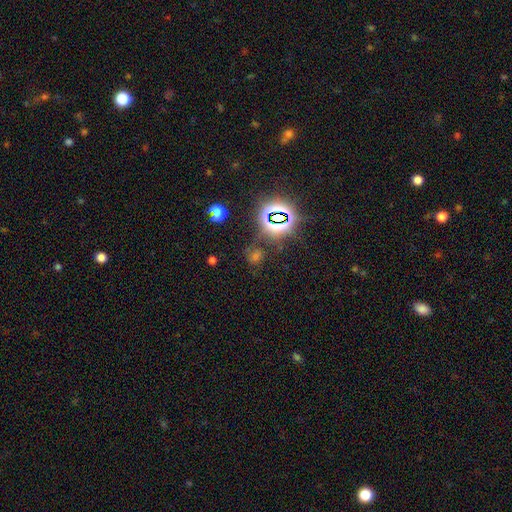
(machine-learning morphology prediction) smooth_or_featured: star or artifact (p=0.62) [alt: smooth p=0.29]